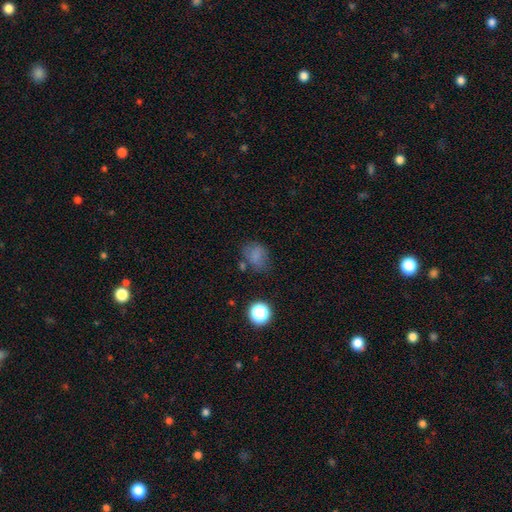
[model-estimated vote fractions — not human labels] smooth-or-featured: smooth: 71% | star or artifact: 17% | featured or disk: 12%
  how-rounded: in between: 54% | round: 45% | cigar-shaped: 1%
  merging: none: 56% | minor disturbance: 25% | major disturbance: 13% | merger: 7%